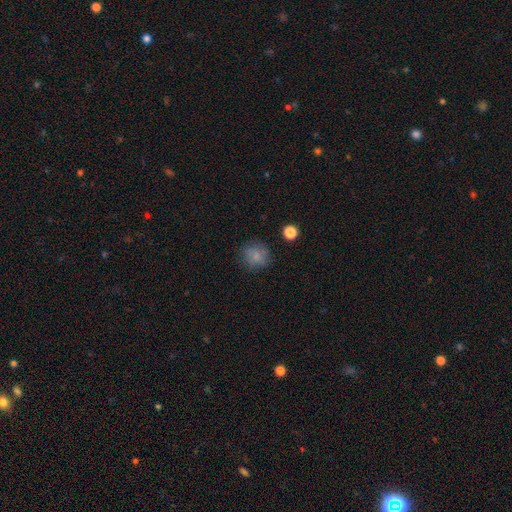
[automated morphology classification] A smooth galaxy with no disk features (79%) that is round (86%). Merging: none (78%).